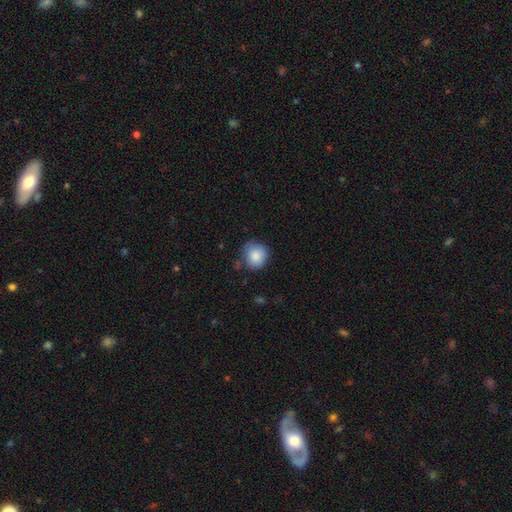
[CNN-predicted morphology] Smooth or featured? smooth (86%)
How rounded? round (85%)
Merging? none (70%)